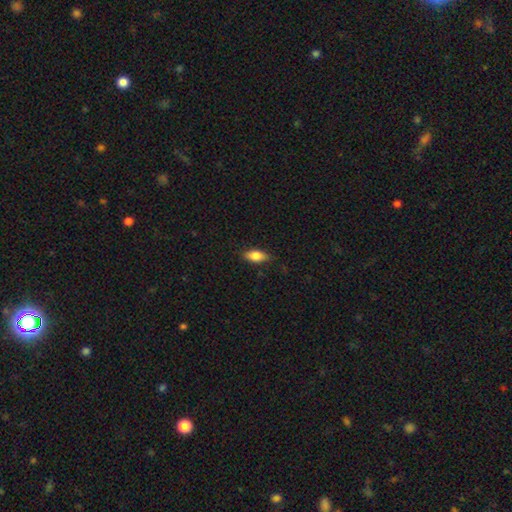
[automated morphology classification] Smooth or featured?
  - smooth: 80% *
  - featured or disk: 13%
  - star or artifact: 7%
How rounded?
  - in between: 85% *
  - cigar-shaped: 11%
  - round: 4%
Merging?
  - none: 83% *
  - minor disturbance: 14%
  - major disturbance: 3%
  - merger: 1%